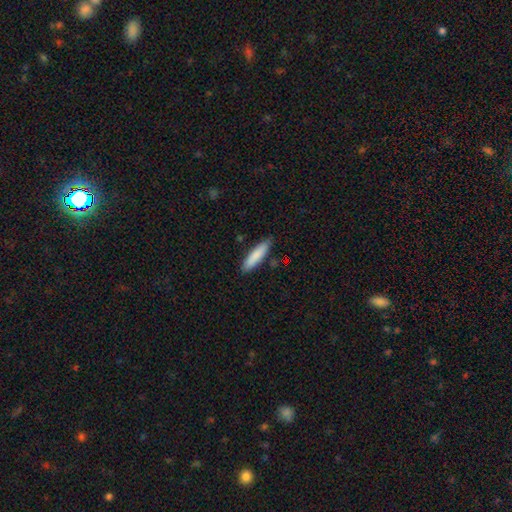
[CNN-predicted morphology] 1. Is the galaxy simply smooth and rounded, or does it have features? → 85% smooth, 10% featured or disk, 6% star or artifact.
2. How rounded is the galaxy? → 75% cigar-shaped, 24% in between, 1% round.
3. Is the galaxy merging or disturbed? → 86% none, 11% minor disturbance, 2% major disturbance, 2% merger.